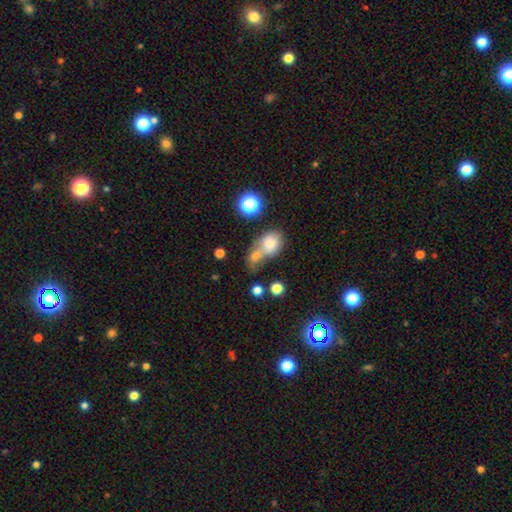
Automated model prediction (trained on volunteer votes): This is likely a smooth galaxy (72%). How rounded: possibly round (51%). Merging: likely merger (61%).